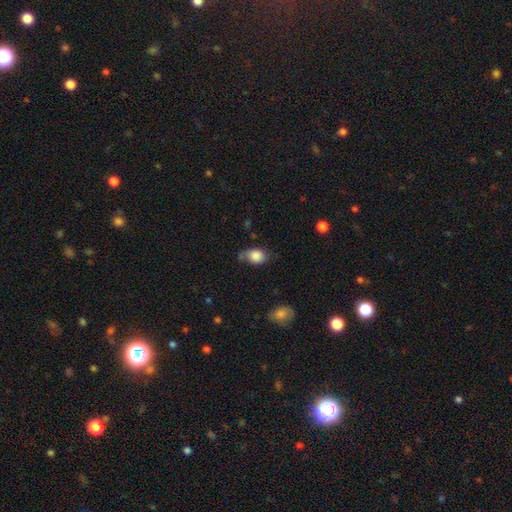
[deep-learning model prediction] This is clearly a smooth galaxy (82%). How rounded: likely in between (67%). Merging: possibly none (49%).